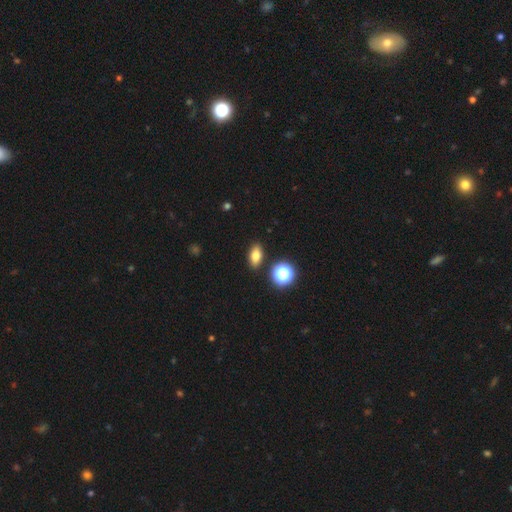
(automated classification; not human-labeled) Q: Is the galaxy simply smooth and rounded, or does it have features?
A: smooth — 76%.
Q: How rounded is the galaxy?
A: in between — 80%.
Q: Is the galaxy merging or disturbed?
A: none — 87%.